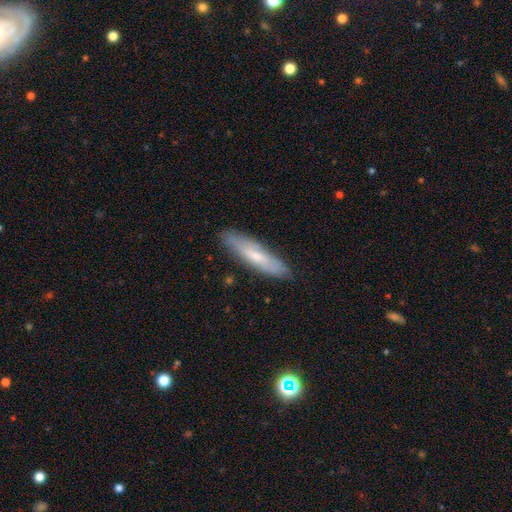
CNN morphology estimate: smooth_or_featured: smooth (p=0.58) [alt: featured or disk p=0.36]
how_rounded: cigar-shaped (p=0.75) [alt: in between p=0.24]
merging: none (p=0.83) [alt: minor disturbance p=0.13]